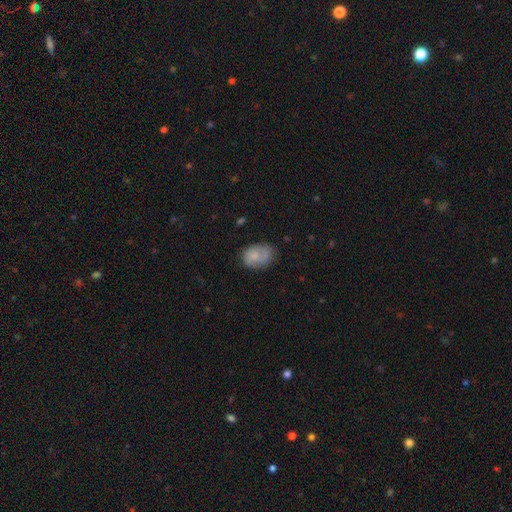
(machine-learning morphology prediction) type=smooth (70%); roundness=in between (70%); merging=none (59%).